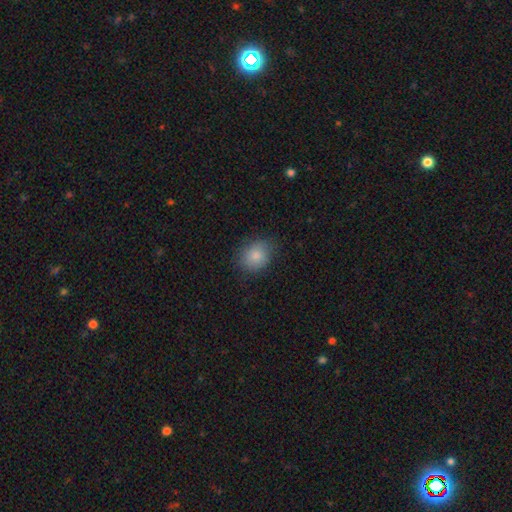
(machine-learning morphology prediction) Overall: smooth (84%). How rounded: round (57%; in between 42%). Merging: none (80%).